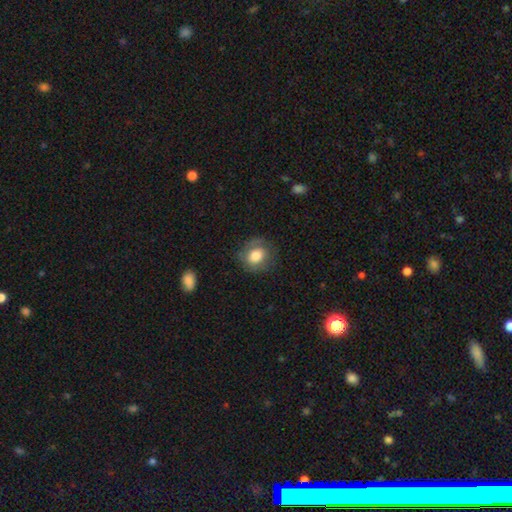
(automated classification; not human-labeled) A smooth galaxy with no disk features (74%) that is round (74%).

Vote fractions:
- Smooth or featured? smooth: 74% / featured or disk: 18% / star or artifact: 8%
- How rounded? round: 74% / in between: 25% / cigar-shaped: 1%
- Merging? none: 72% / minor disturbance: 19% / major disturbance: 8% / merger: 1%